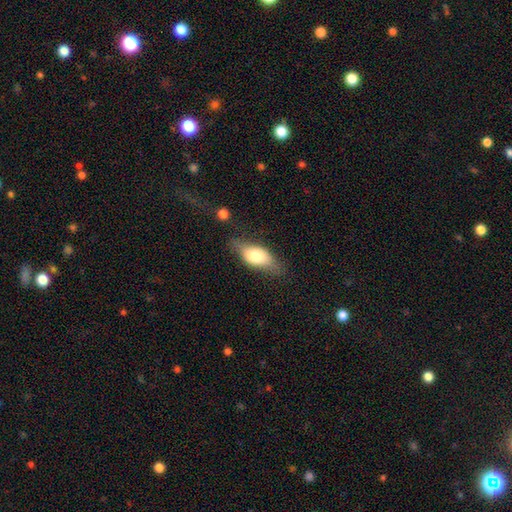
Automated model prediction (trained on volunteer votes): smooth_or_featured: smooth (p=0.64) [alt: featured or disk p=0.29]
how_rounded: in between (p=0.79) [alt: cigar-shaped p=0.16]
merging: none (p=0.65) [alt: minor disturbance p=0.24]